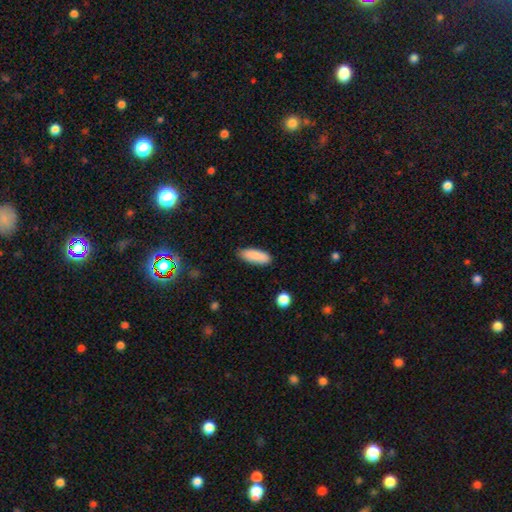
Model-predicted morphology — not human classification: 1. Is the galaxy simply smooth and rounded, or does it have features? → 89% smooth, 7% star or artifact, 5% featured or disk.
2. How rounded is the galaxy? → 67% in between, 31% cigar-shaped, 2% round.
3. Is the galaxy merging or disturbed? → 85% none, 12% minor disturbance, 2% major disturbance, 1% merger.